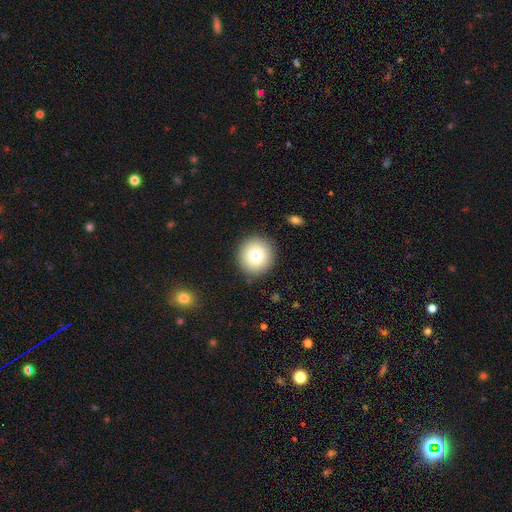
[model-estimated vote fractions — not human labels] A smooth galaxy with no disk features (81%) that is round (92%).

Vote fractions:
- Smooth or featured? smooth: 81% / featured or disk: 9% / star or artifact: 9%
- How rounded? round: 92% / in between: 7% / cigar-shaped: 1%
- Merging? none: 90% / minor disturbance: 7% / major disturbance: 2% / merger: 1%